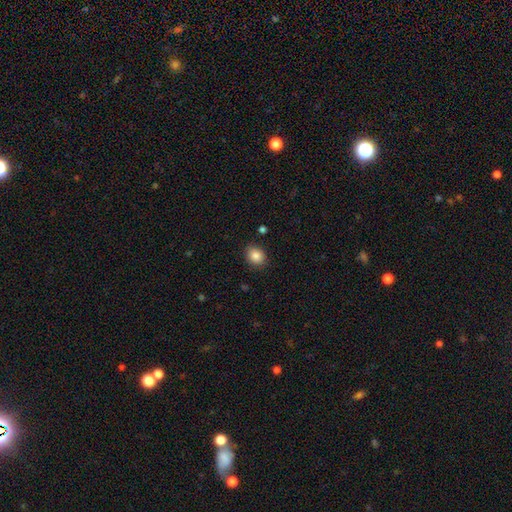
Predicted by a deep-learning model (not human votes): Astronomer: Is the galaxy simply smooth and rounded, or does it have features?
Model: smooth — 85%.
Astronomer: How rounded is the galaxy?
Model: round — 62% (runner-up: in between, 37%).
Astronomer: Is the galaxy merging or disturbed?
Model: none — 88%.